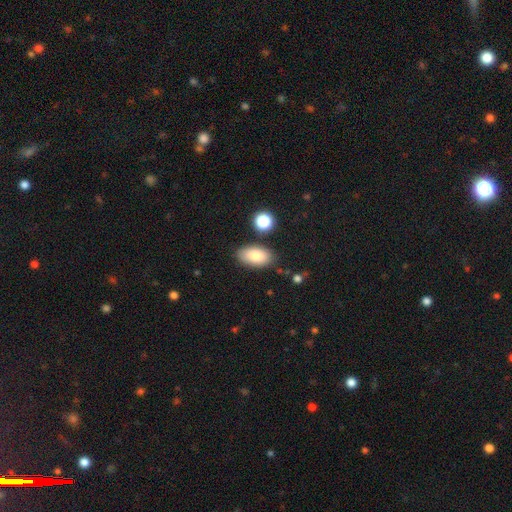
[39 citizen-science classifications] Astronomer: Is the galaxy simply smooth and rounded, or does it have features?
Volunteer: smooth — 87%.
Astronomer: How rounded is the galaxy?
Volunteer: in between — 88%.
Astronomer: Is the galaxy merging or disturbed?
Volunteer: none — 84%.